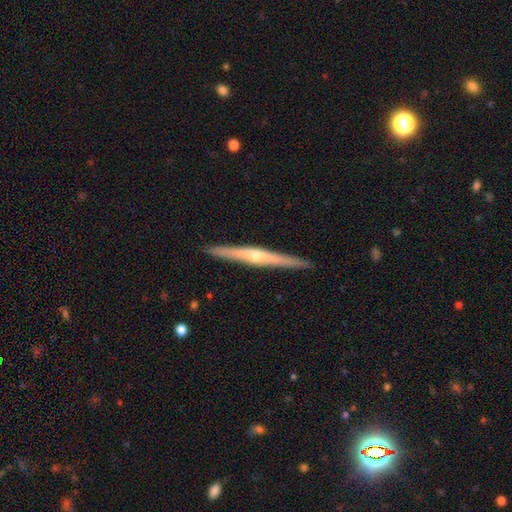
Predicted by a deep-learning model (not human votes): A featured or disk galaxy (74%) viewed edge-on (97%) with a rounded central bulge (80%).

Vote fractions:
- Smooth or featured? featured or disk: 74% / smooth: 21% / star or artifact: 5%
- Edge-on disk? yes: 97% / no: 3%
- Edge-on bulge? rounded: 80% / none: 17% / boxy: 3%
- Merging? none: 92% / minor disturbance: 6% / major disturbance: 1% / merger: 1%